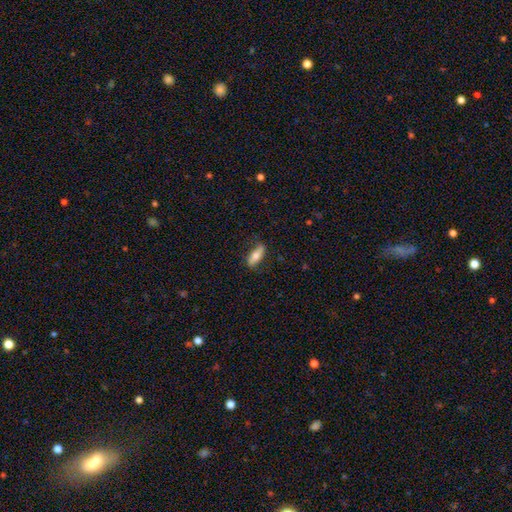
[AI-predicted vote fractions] Overall: smooth (64%; featured or disk 30%). How rounded: in between (59%; cigar-shaped 38%). Merging: none (76%).